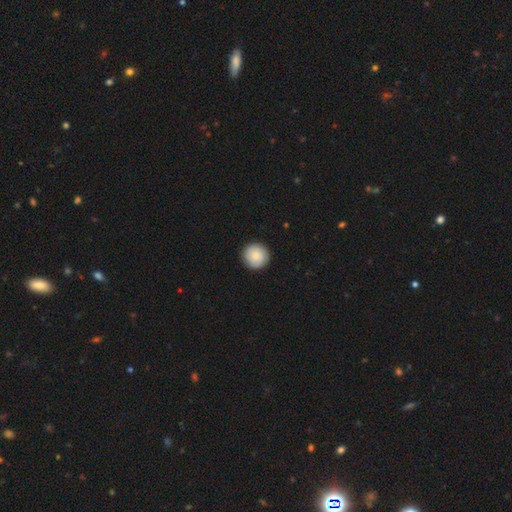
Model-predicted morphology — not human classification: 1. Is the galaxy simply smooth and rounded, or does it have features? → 80% smooth, 13% featured or disk, 6% star or artifact.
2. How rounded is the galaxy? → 95% round, 4% in between, 1% cigar-shaped.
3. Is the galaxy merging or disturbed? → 90% none, 7% minor disturbance, 2% major disturbance, 1% merger.